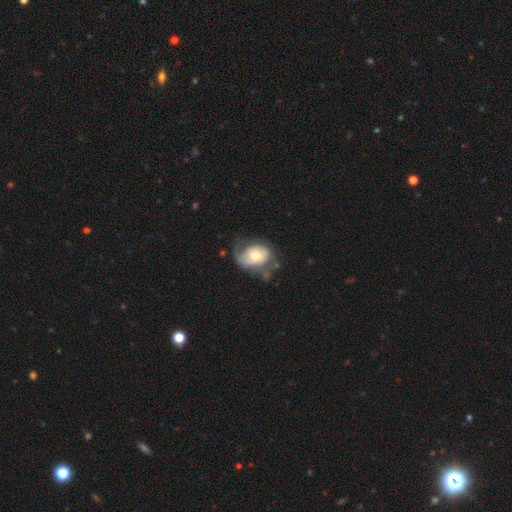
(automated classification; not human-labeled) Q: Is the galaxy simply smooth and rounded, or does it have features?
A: featured or disk — 53%.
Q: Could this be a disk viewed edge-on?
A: no — 95%.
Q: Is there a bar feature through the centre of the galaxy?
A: no — 71%.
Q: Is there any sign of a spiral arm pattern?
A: yes — 67%.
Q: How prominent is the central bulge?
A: moderate — 66%.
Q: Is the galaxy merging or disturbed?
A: none — 38%.